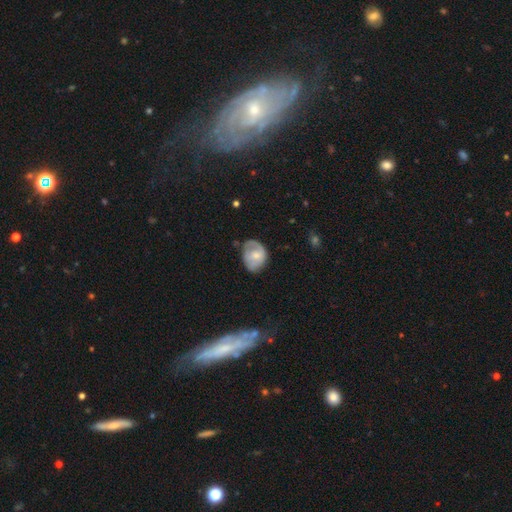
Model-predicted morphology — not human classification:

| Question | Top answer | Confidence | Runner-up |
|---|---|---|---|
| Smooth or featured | smooth | 52% | featured or disk (42%) |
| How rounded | in between | 61% | round (38%) |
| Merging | none | 48% | minor disturbance (36%) |